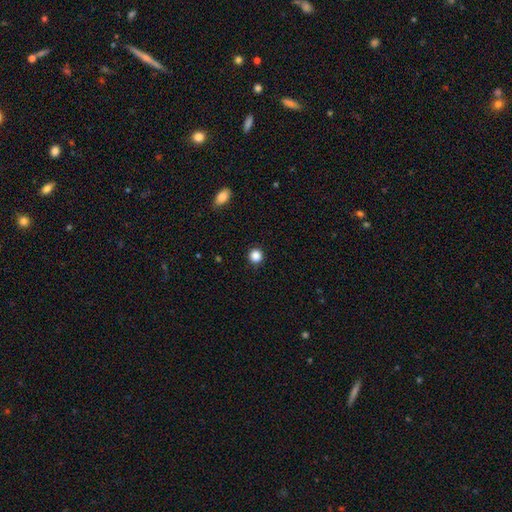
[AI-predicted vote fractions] A smooth galaxy with no disk features (87%) that is round (93%). Merging: none (92%).